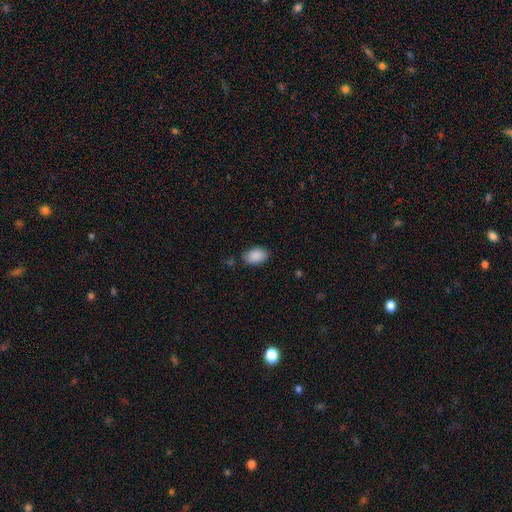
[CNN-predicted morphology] Smooth or featured?
  - smooth: 90% *
  - star or artifact: 7%
  - featured or disk: 4%
How rounded?
  - in between: 90% *
  - round: 9%
  - cigar-shaped: 1%
Merging?
  - none: 81% *
  - minor disturbance: 14%
  - major disturbance: 3%
  - merger: 2%